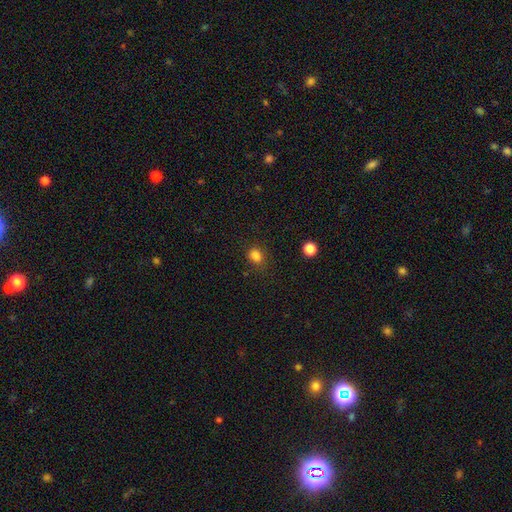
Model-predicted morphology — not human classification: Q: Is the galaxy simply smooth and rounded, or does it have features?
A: smooth — 83%.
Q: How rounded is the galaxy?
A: in between — 58%.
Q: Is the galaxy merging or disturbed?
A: none — 75%.